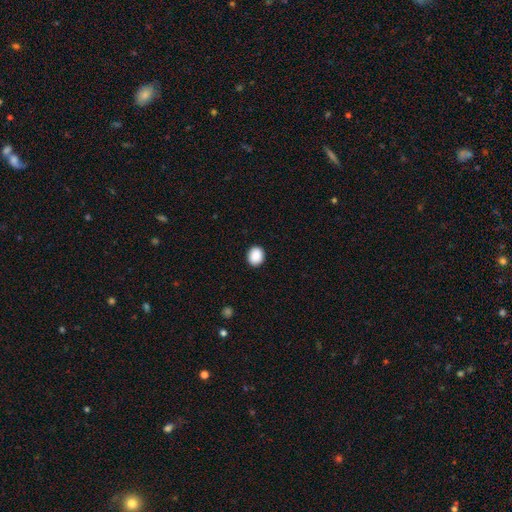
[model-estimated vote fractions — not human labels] Smooth or featured?
  - smooth: 90% *
  - star or artifact: 8%
  - featured or disk: 2%
How rounded?
  - round: 63% *
  - in between: 36%
  - cigar-shaped: 1%
Merging?
  - none: 91% *
  - minor disturbance: 6%
  - major disturbance: 2%
  - merger: 1%